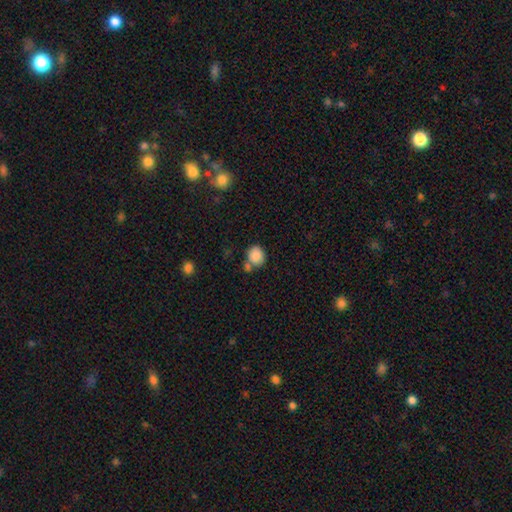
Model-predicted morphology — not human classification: The model was most divided on "merging": none: 57%, merger: 24%, minor disturbance: 14%, major disturbance: 5%. More confident: smooth or featured — smooth (86%); how rounded — round (72%).